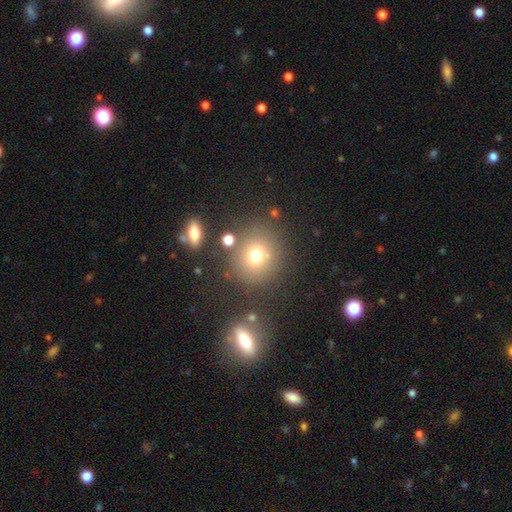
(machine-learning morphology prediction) Smooth or featured: smooth — 71% (star or artifact — 17%)
How rounded: round — 84% (in between — 15%)
Merging: none — 77% (minor disturbance — 10%)